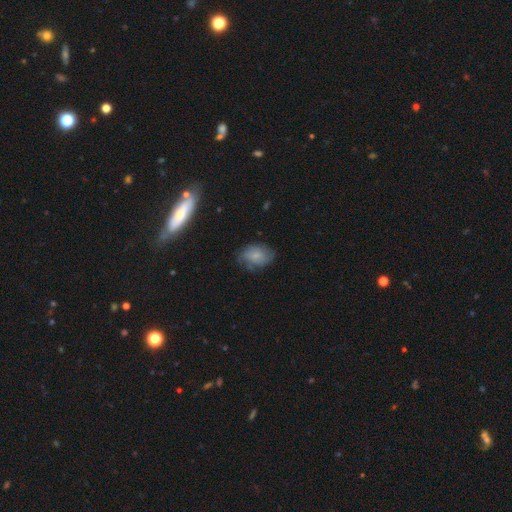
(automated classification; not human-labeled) Smooth or featured? Predicted: smooth (p=0.69). How rounded? Predicted: in between (p=0.81). Merging? Predicted: none (p=0.62).